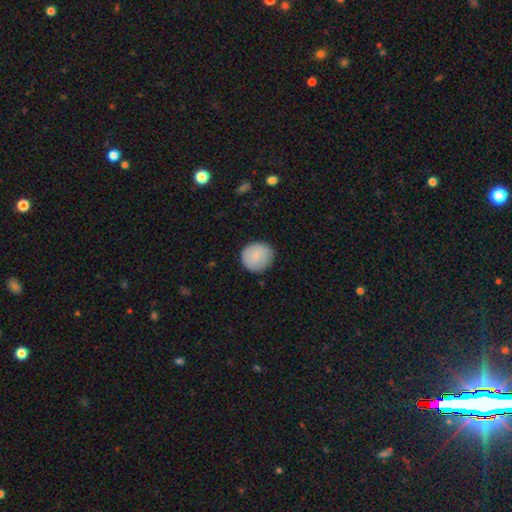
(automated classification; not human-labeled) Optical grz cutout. It shows a smooth galaxy with no disk features (82%) that is round (92%). Merging: none (86%).